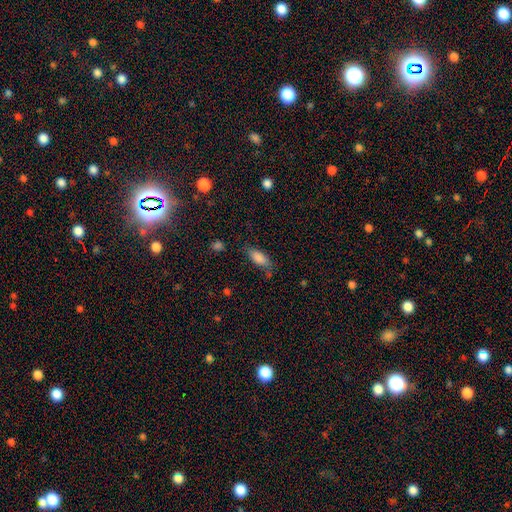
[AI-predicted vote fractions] Smooth or featured: smooth — 84% (star or artifact — 8%)
How rounded: in between — 81% (cigar-shaped — 16%)
Merging: none — 68% (minor disturbance — 22%)